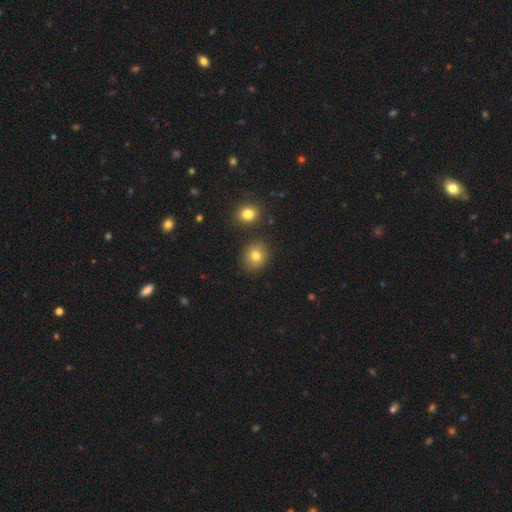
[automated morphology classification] Overall: smooth (80%). How rounded: round (71%). Merging: none (85%).